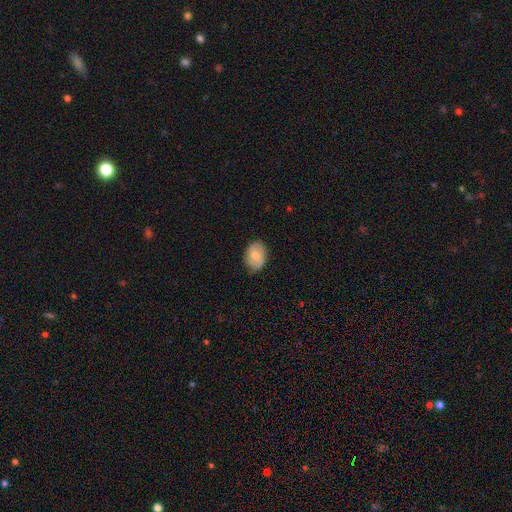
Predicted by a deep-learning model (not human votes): Q: Smooth or featured?
A: smooth (63%); runner-up: featured or disk (30%)
Q: How rounded?
A: in between (76%); runner-up: round (23%)
Q: Merging?
A: none (77%); runner-up: minor disturbance (19%)